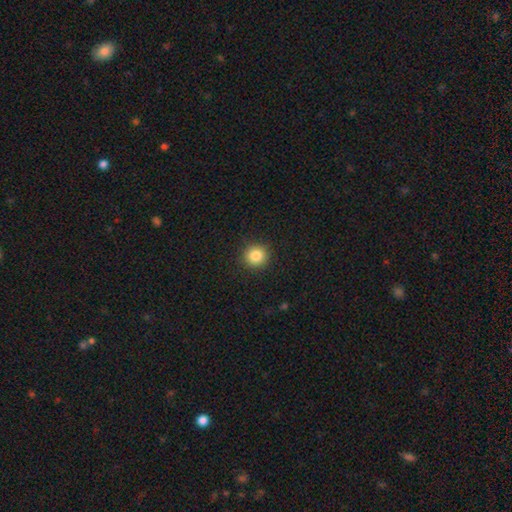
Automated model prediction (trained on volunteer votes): Smooth or featured?
  - smooth: 85% *
  - star or artifact: 10%
  - featured or disk: 5%
How rounded?
  - round: 93% *
  - in between: 6%
  - cigar-shaped: 1%
Merging?
  - none: 91% *
  - minor disturbance: 6%
  - major disturbance: 2%
  - merger: 1%